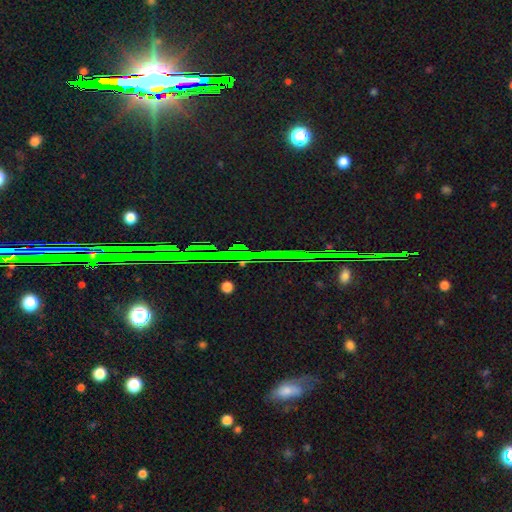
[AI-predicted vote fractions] Smooth or featured? star or artifact (80%)